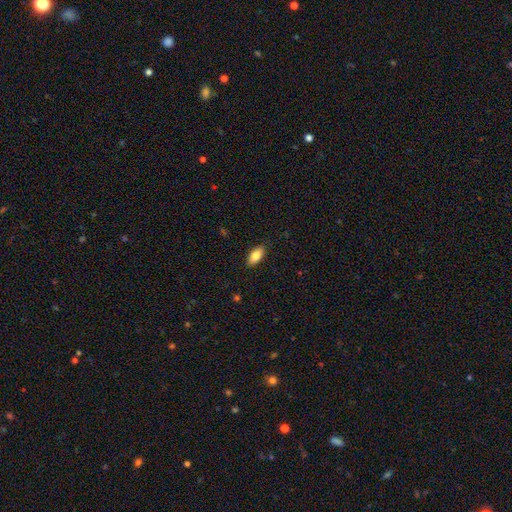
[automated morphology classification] Smooth or featured?
  - smooth: 82% *
  - featured or disk: 11%
  - star or artifact: 7%
How rounded?
  - in between: 89% *
  - cigar-shaped: 8%
  - round: 3%
Merging?
  - none: 88% *
  - minor disturbance: 9%
  - major disturbance: 2%
  - merger: 1%